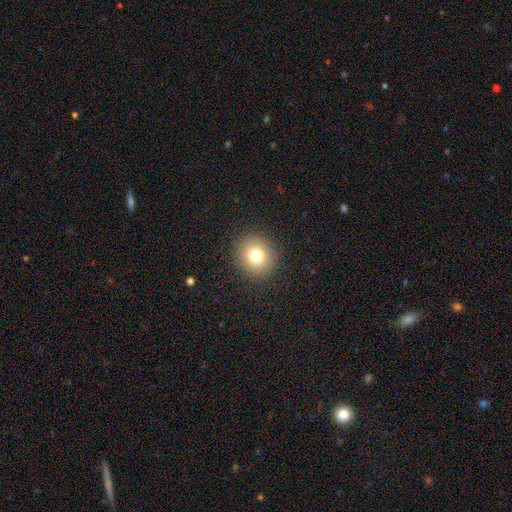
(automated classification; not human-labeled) The model was most divided on "smooth or featured": smooth: 78%, star or artifact: 12%, featured or disk: 10%. More confident: merging — none (90%); how rounded — round (89%).